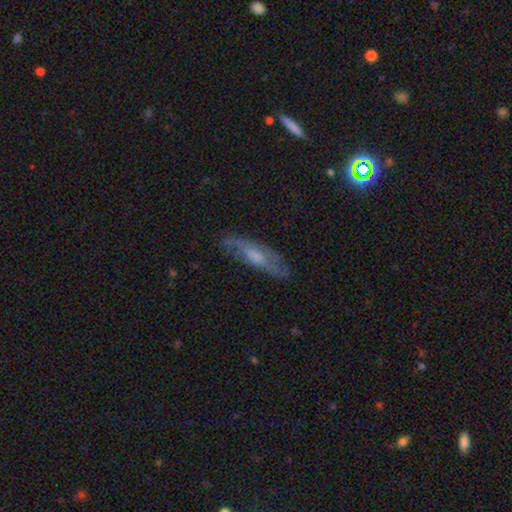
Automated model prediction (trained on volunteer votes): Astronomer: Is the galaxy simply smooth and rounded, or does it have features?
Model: featured or disk — 64%.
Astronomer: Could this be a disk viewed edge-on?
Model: no — 65%.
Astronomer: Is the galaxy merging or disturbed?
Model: none — 70%.